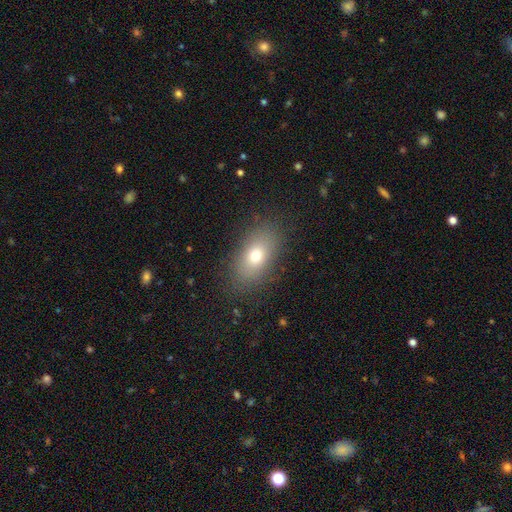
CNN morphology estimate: type=smooth (71%); roundness=in between (84%); merging=none (84%).